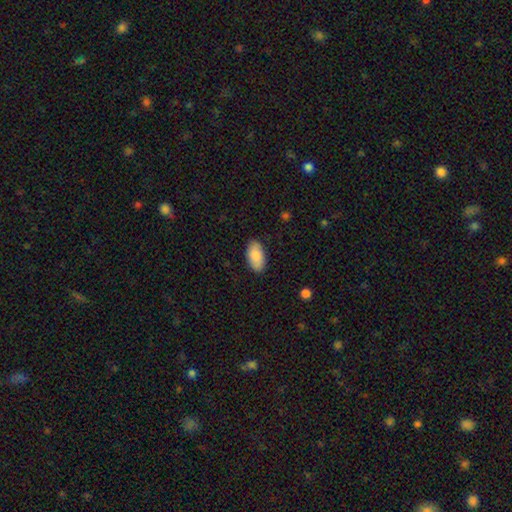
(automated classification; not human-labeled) Smooth or featured? Predicted: smooth (p=0.85). How rounded? Predicted: in between (p=0.95). Merging? Predicted: none (p=0.87).